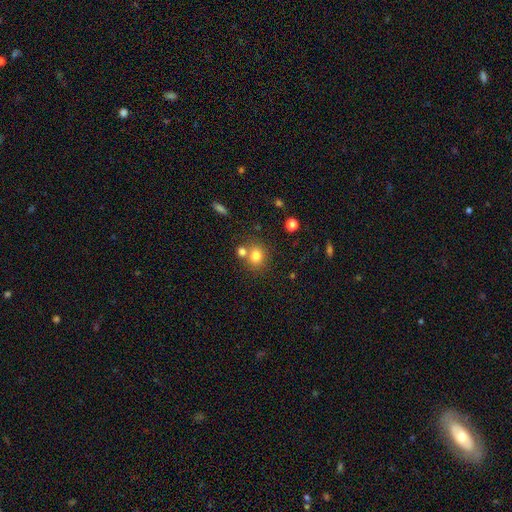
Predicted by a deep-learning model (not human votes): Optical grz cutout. It shows a smooth galaxy with no disk features (78%) that is round (76%). Merging: none (60%).